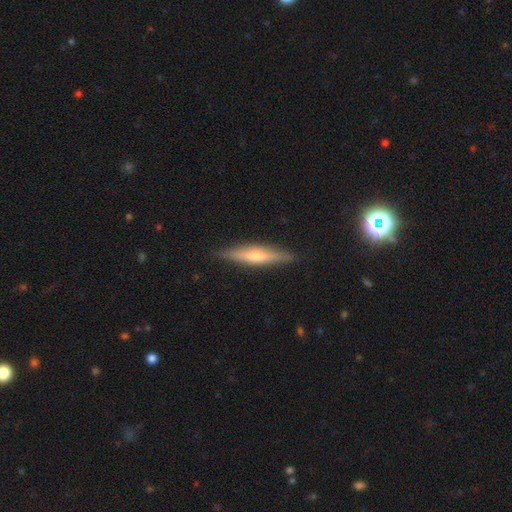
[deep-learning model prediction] A featured or disk galaxy (60%) viewed edge-on (95%) with a rounded central bulge (75%). Merging: none (88%).